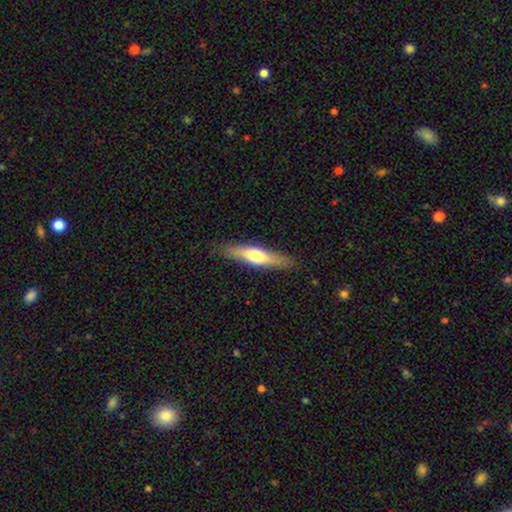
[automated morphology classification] Overall: smooth (55%; featured or disk 40%). How rounded: cigar-shaped (77%). Merging: none (86%).